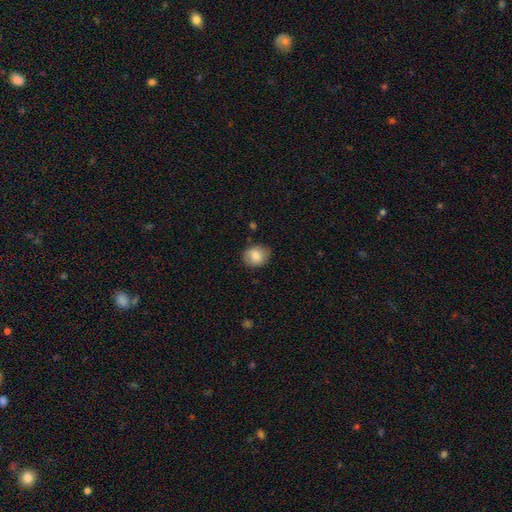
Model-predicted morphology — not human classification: This appears to be a smooth galaxy with no disk features (82%) that is round (58%). Merging: none (83%).